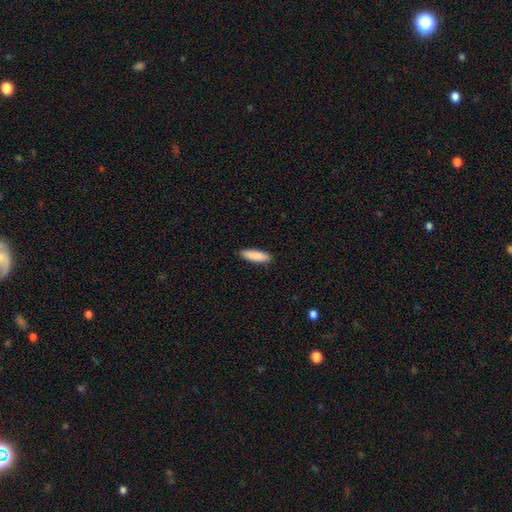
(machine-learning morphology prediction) This appears to be a smooth galaxy with no disk features (89%) that is cigar-shaped (57%). Merging: none (90%).